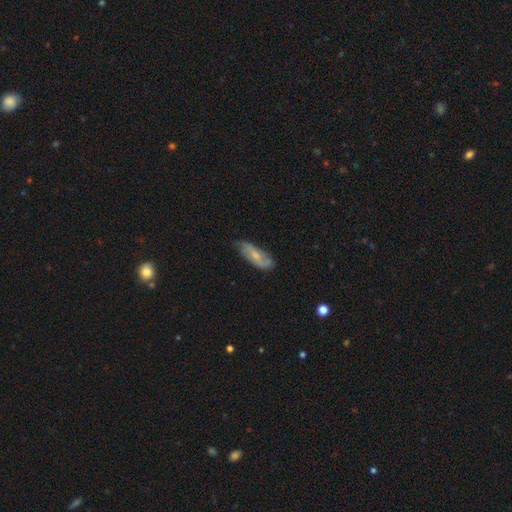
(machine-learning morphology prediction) A featured or disk galaxy (61%) with no bar (52%), spiral arms (87%) and a small central bulge (54%).

Vote fractions:
- Smooth or featured? featured or disk: 61% / smooth: 32% / star or artifact: 7%
- Edge-on disk? no: 86% / yes: 14%
- Bar? no: 52% / weak: 38% / strong: 11%
- Spiral arms? yes: 87% / no: 13%
- Bulge size? small: 54% / moderate: 37% / none: 6% / large: 2% / dominant: 1%
- Merging? none: 67% / minor disturbance: 25% / major disturbance: 6% / merger: 2%